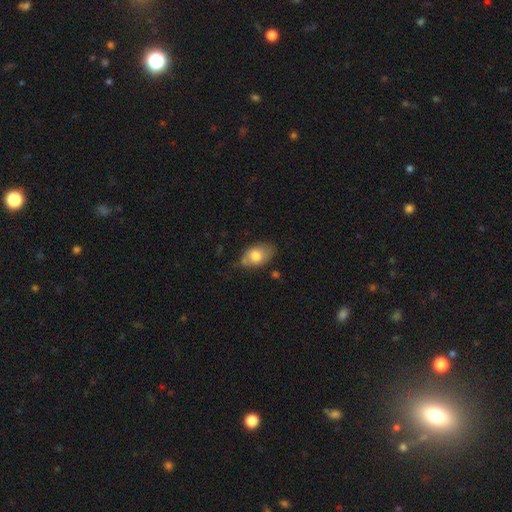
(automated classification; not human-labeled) The model was most divided on "merging": none: 61%, minor disturbance: 28%, major disturbance: 6%, merger: 5%. More confident: how rounded — in between (88%); smooth or featured — smooth (76%).